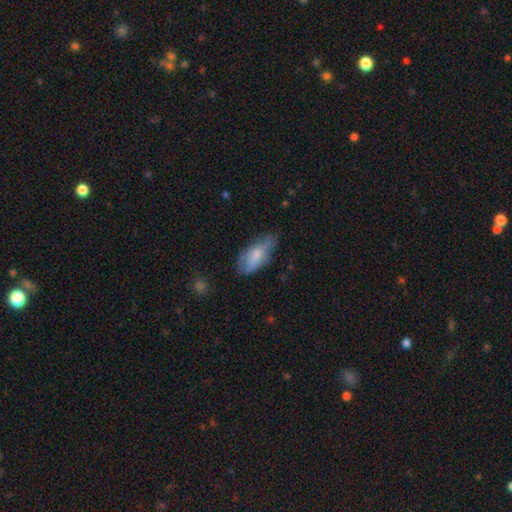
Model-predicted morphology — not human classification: Smooth or featured? Predicted: smooth (p=0.66). How rounded? Predicted: in between (p=0.85). Merging? Predicted: none (p=0.50).